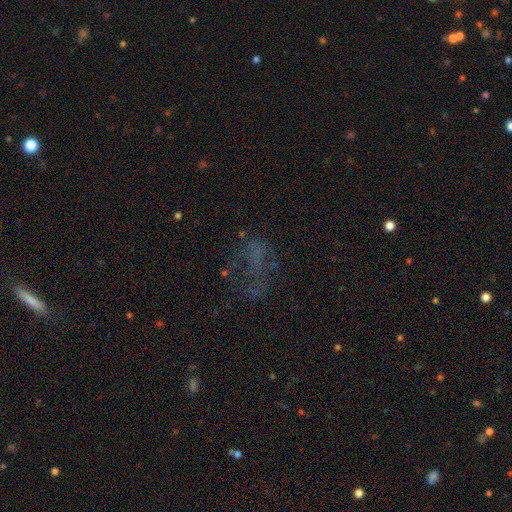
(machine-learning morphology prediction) smooth_or_featured: featured or disk (p=0.38) [alt: star or artifact p=0.32]
merging: none (p=0.42) [alt: major disturbance p=0.37]